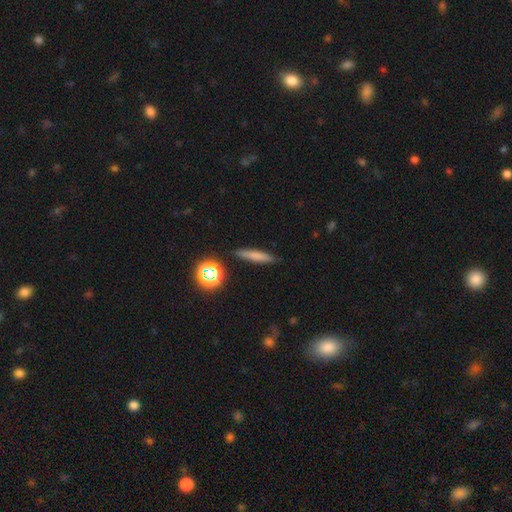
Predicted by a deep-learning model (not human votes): A smooth galaxy with no disk features (69%) that is cigar-shaped (85%). Merging: none (86%).